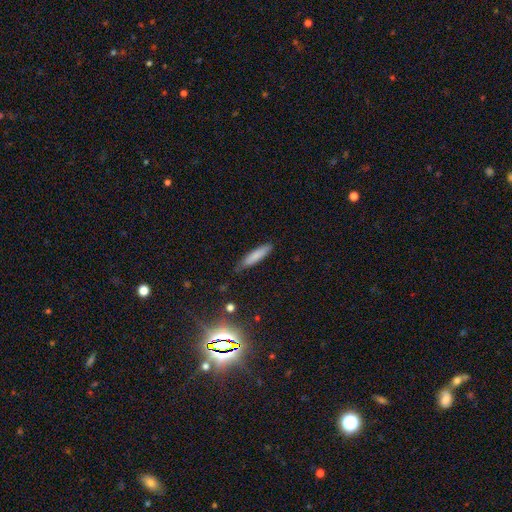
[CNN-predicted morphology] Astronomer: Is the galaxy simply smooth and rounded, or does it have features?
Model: smooth — 79%.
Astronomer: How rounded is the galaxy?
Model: cigar-shaped — 82%.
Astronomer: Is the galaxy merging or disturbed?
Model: none — 77%.